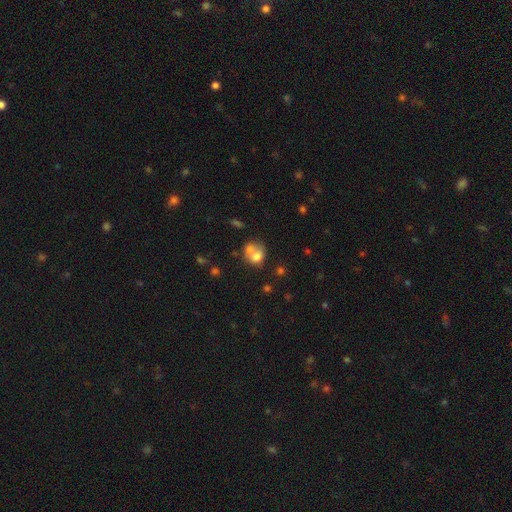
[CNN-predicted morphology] smooth_or_featured: smooth (p=0.68) [alt: featured or disk p=0.22]
how_rounded: round (p=0.59) [alt: in between p=0.40]
merging: merger (p=0.57) [alt: none p=0.25]